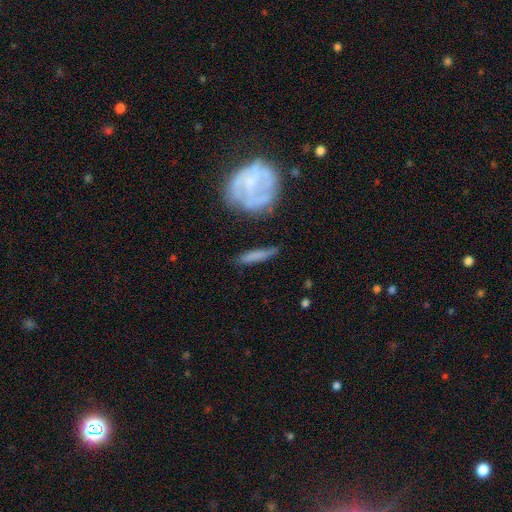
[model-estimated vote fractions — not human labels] Morphology: type=smooth (58%); roundness=cigar-shaped (85%); merging=none (74%).